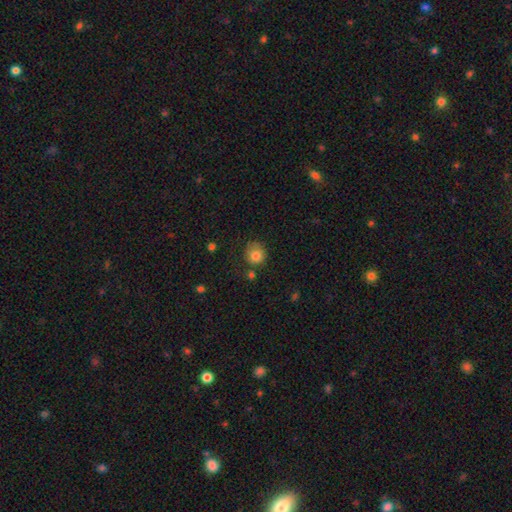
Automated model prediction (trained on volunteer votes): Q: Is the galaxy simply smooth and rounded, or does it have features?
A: smooth — 81%.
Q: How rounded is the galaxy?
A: round — 83%.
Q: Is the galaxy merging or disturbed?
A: none — 59%.